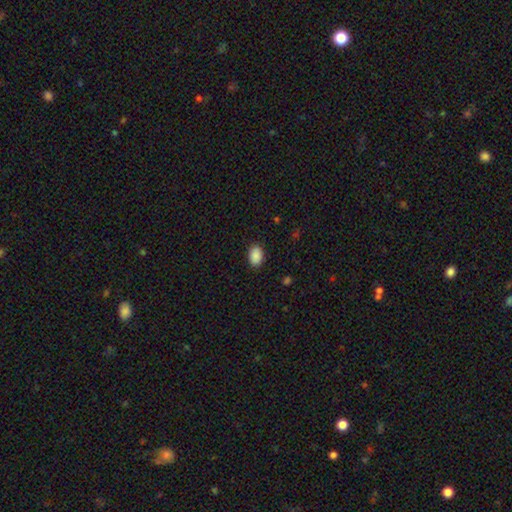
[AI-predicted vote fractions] Smooth or featured? Predicted: smooth (p=0.90). How rounded? Predicted: in between (p=0.86). Merging? Predicted: none (p=0.88).